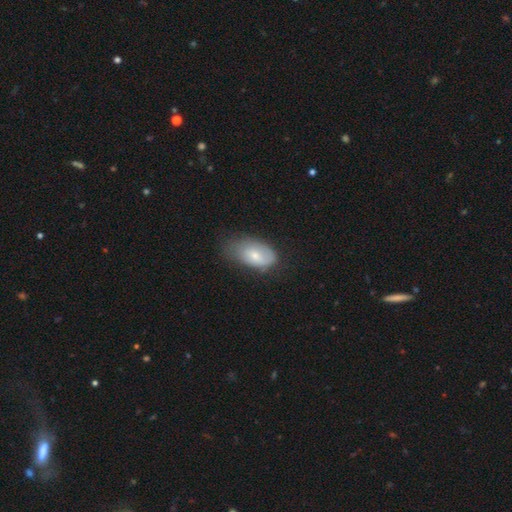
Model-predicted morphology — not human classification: smooth_or_featured: smooth (p=0.71) [alt: featured or disk p=0.22]
how_rounded: in between (p=0.92) [alt: round p=0.06]
merging: none (p=0.45) [alt: minor disturbance p=0.39]